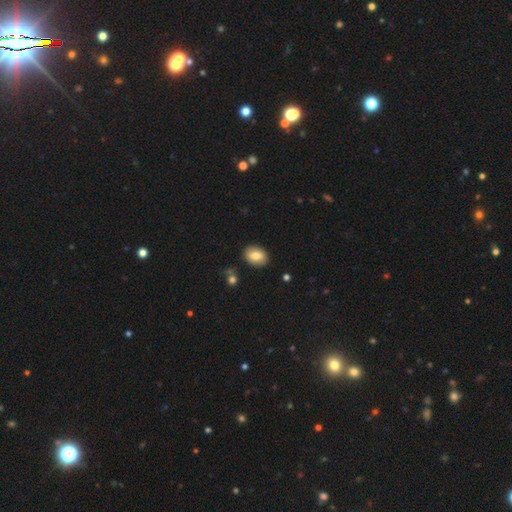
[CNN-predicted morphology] smooth 79%, featured or disk 13%, star or artifact 8%. Down the decision tree: how rounded — in between (69%); merging — none (86%).